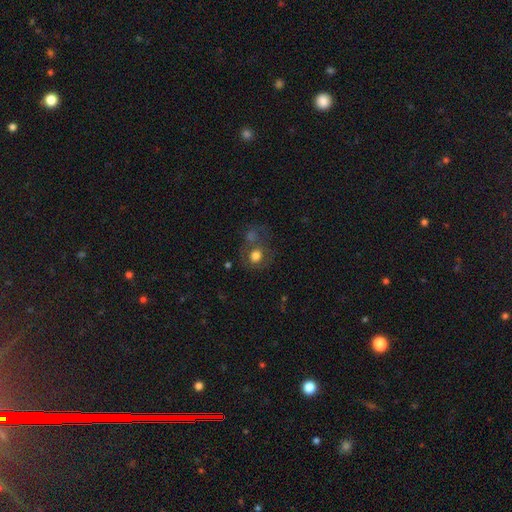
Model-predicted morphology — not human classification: smooth_or_featured: smooth (p=0.64) [alt: featured or disk p=0.25]
how_rounded: round (p=0.74) [alt: in between p=0.25]
merging: none (p=0.45) [alt: merger p=0.27]